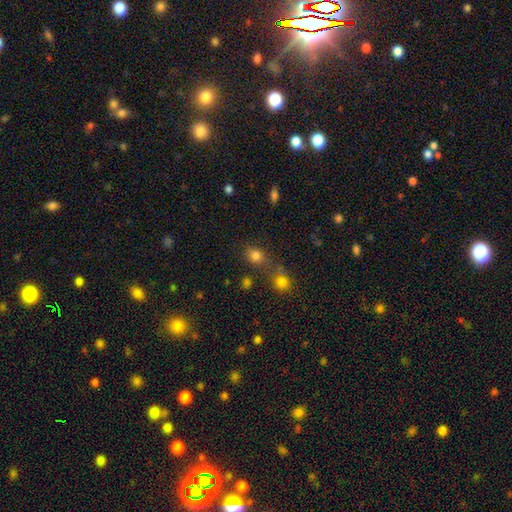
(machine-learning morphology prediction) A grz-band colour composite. It shows a smooth galaxy with no disk features (79%) that is round (63%). Merging: none (52%).